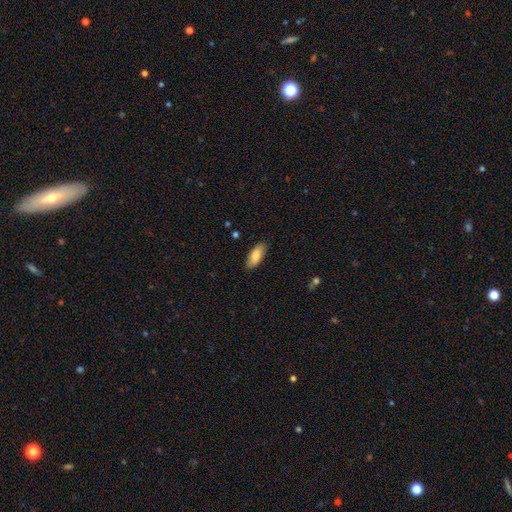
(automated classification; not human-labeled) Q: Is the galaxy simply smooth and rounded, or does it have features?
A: smooth — 80%.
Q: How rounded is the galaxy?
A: in between — 84%.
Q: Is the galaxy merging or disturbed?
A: none — 87%.